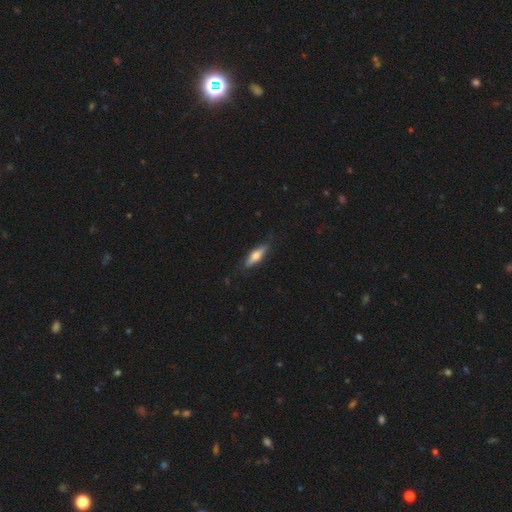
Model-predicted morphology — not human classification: This appears to be a smooth galaxy with no disk features (62%) that is cigar-shaped (58%). Merging: none (84%).